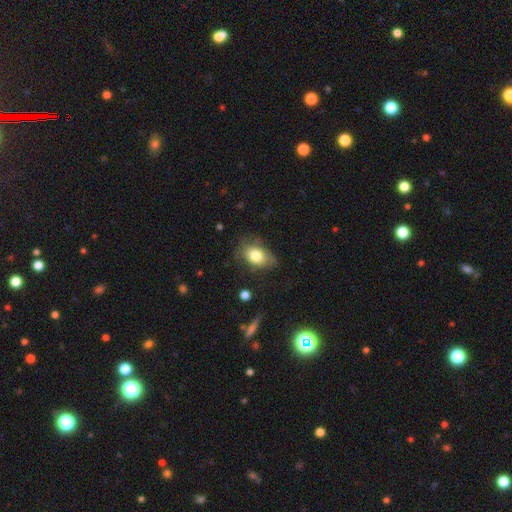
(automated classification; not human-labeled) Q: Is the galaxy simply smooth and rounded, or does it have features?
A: smooth — 78%.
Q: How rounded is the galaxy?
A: in between — 84%.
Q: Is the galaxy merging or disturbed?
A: none — 60%.